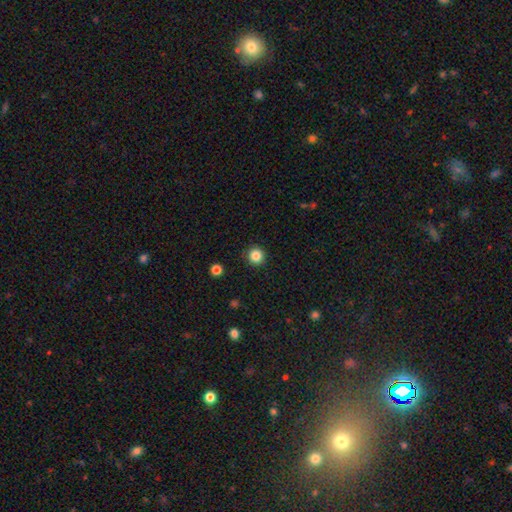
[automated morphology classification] Smooth or featured? smooth (84%)
How rounded? round (94%)
Merging? none (91%)